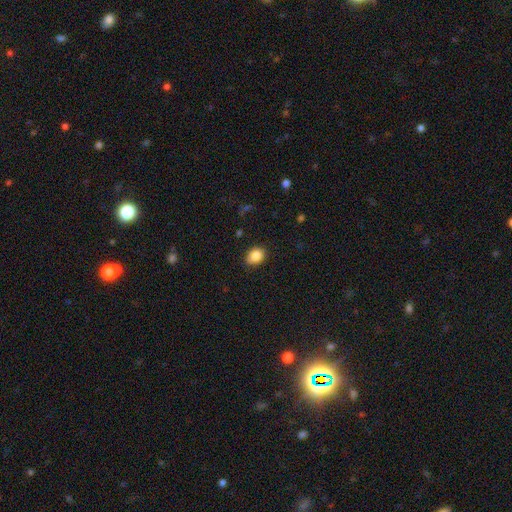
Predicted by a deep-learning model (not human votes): Morphology: type=smooth (86%); roundness=in between (60%); merging=none (81%).